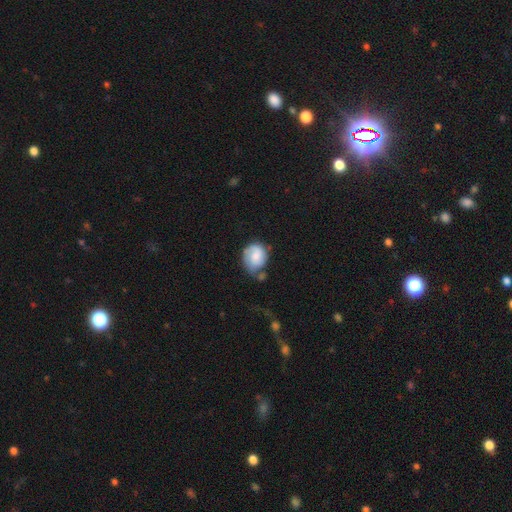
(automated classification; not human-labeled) Smooth or featured? smooth (55%)
How rounded? round (63%)
Merging? none (45%)